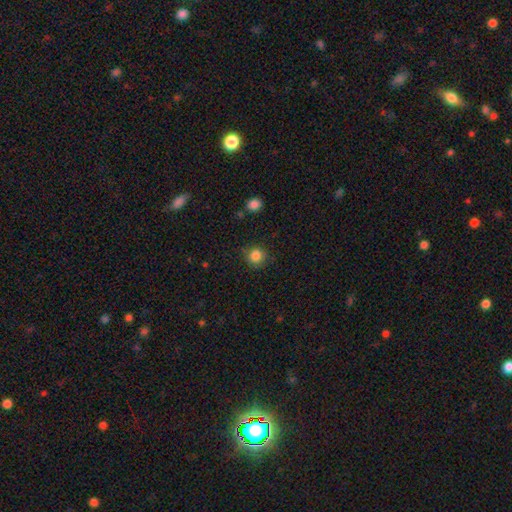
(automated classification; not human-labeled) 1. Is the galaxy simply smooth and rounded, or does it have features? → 85% smooth, 11% star or artifact, 4% featured or disk.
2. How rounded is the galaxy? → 92% round, 7% in between, 1% cigar-shaped.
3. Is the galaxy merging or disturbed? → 85% none, 11% minor disturbance, 3% major disturbance, 2% merger.